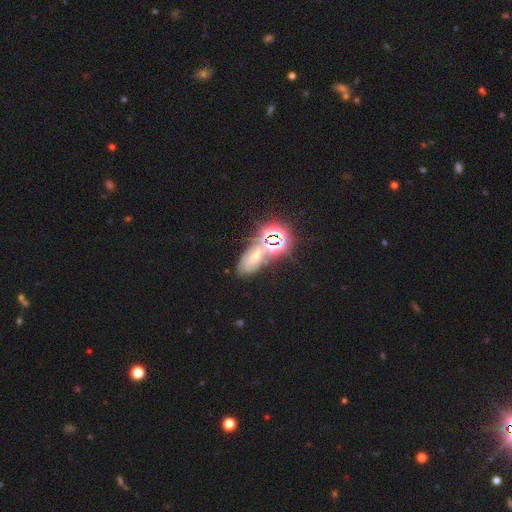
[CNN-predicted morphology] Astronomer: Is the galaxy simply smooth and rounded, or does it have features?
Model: star or artifact — 48% (runner-up: smooth, 27%).